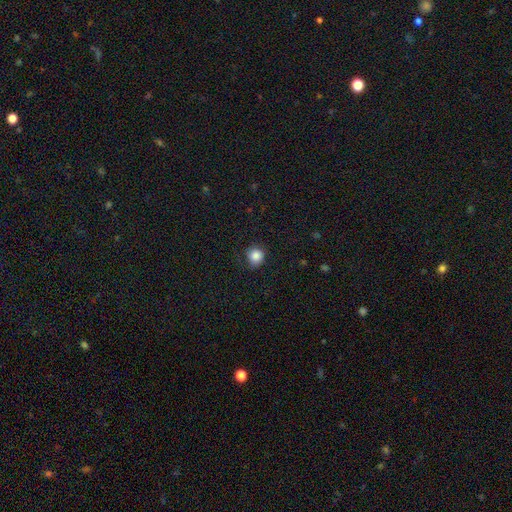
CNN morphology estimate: This appears to be a smooth galaxy with no disk features (86%) that is round (89%). Merging: none (78%).